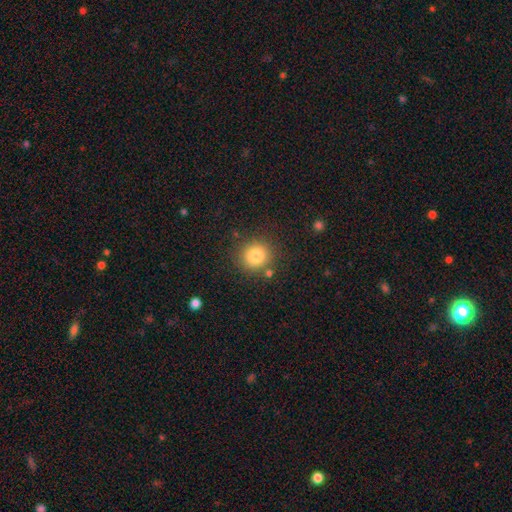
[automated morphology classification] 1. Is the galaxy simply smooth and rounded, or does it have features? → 82% smooth, 11% star or artifact, 7% featured or disk.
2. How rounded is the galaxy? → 89% round, 10% in between, 1% cigar-shaped.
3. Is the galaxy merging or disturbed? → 84% none, 9% minor disturbance, 4% merger, 3% major disturbance.